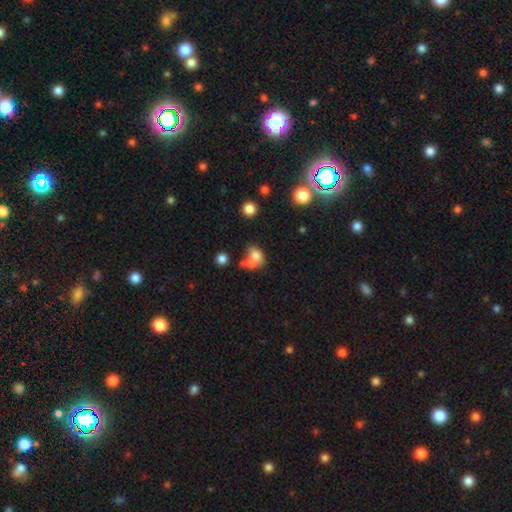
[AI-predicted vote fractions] Smooth or featured: smooth — 70% (featured or disk — 18%)
How rounded: in between — 66% (round — 32%)
Merging: merger — 53% (none — 32%)